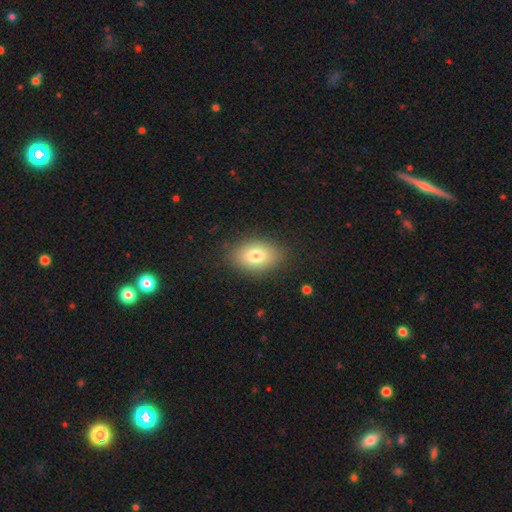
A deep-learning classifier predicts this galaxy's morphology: type=smooth (78%); roundness=in between (82%); merging=none (85%).